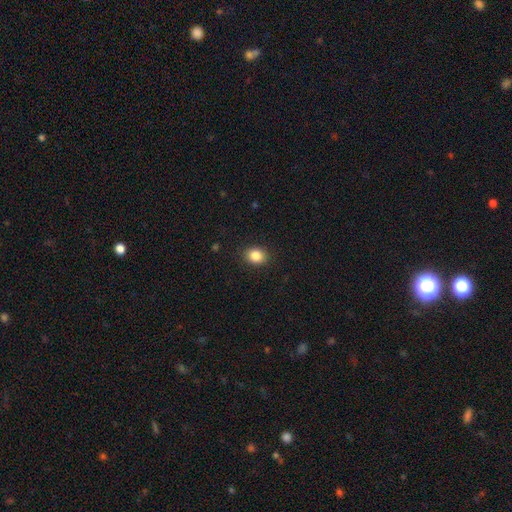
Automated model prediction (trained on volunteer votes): smooth-or-featured: smooth: 85% | star or artifact: 10% | featured or disk: 5%
  how-rounded: round: 51% | in between: 48% | cigar-shaped: 1%
  merging: none: 89% | minor disturbance: 8% | major disturbance: 2% | merger: 1%